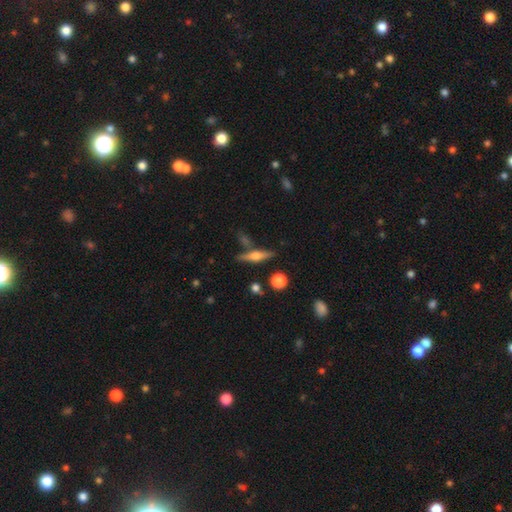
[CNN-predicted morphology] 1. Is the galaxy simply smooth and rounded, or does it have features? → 62% featured or disk, 31% smooth, 7% star or artifact.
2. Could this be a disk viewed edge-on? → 96% yes, 4% no.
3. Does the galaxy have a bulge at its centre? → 91% rounded, 6% boxy, 4% none.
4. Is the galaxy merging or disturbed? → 79% none, 11% minor disturbance, 8% merger, 3% major disturbance.